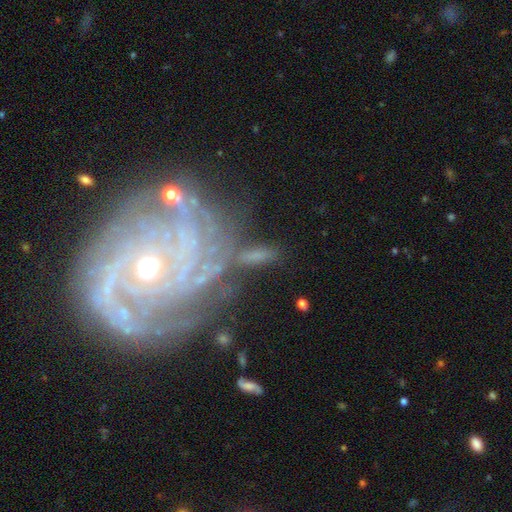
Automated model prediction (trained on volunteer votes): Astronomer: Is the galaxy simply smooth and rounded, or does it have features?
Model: featured or disk — 45% (runner-up: smooth, 42%).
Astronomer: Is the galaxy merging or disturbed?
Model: none — 64%.